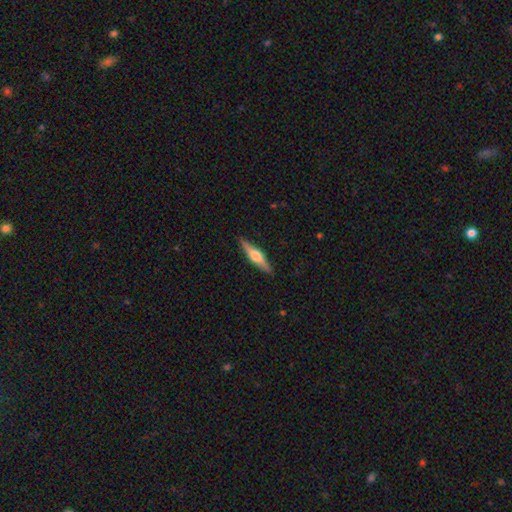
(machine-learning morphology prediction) A featured or disk galaxy (61%) viewed edge-on (96%) with a rounded central bulge (91%). Merging: none (90%).